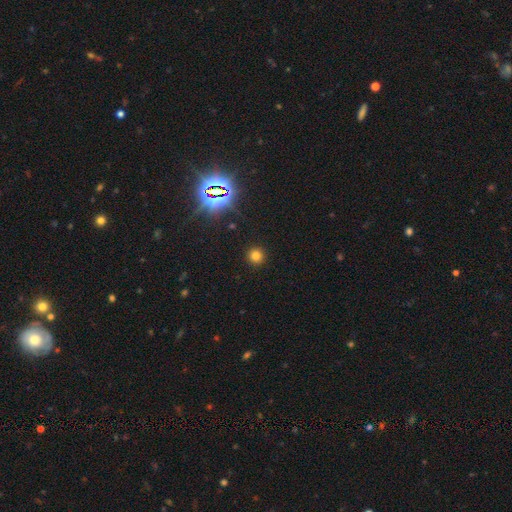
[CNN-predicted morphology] type=smooth (74%); roundness=round (94%); merging=none (92%).